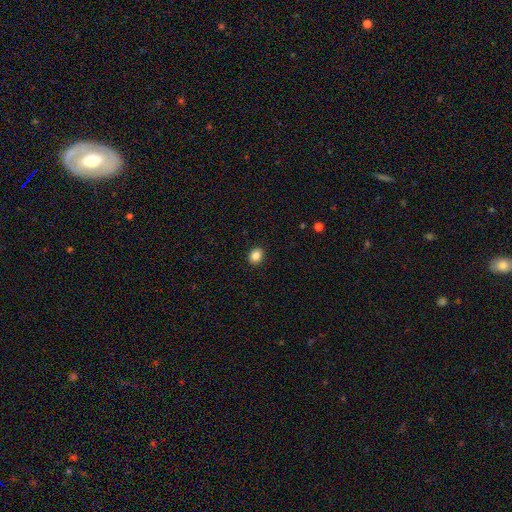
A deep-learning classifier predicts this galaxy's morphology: This is clearly a smooth galaxy (85%). How rounded: possibly round (59%). Merging: clearly none (92%).